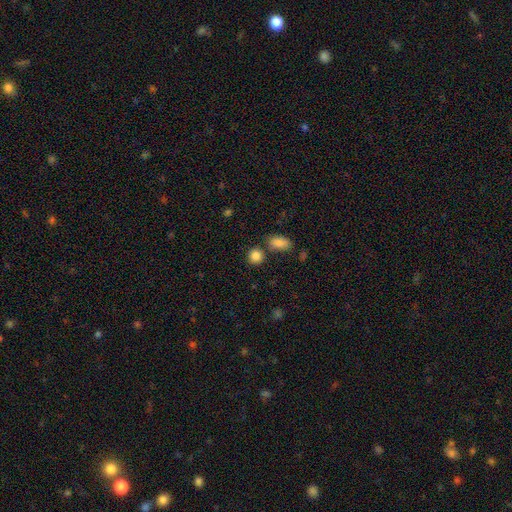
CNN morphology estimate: Smooth or featured: smooth — 86% (star or artifact — 9%)
How rounded: round — 84% (in between — 15%)
Merging: none — 74% (merger — 13%)